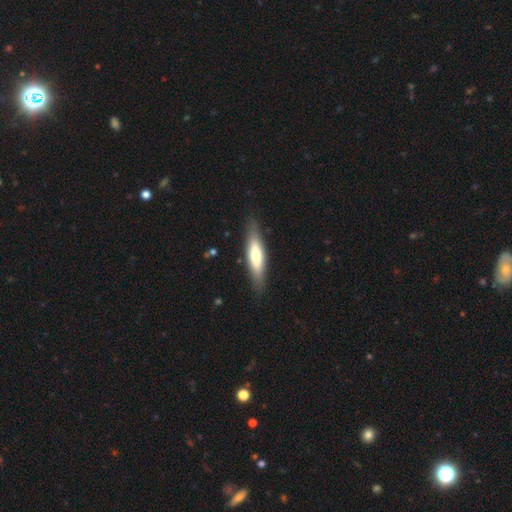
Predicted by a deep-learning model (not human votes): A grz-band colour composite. It shows a smooth galaxy with no disk features (61%) that is cigar-shaped (71%). Merging: none (84%).